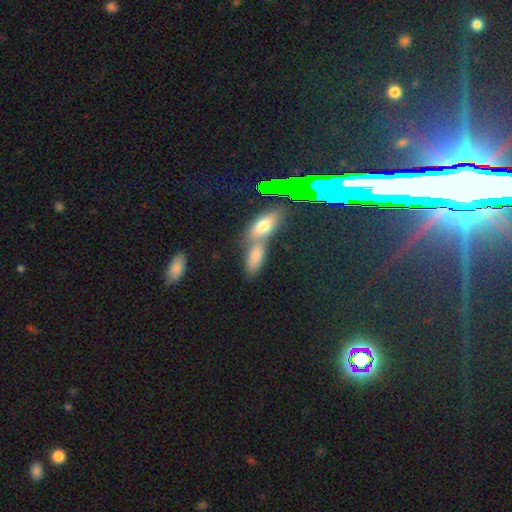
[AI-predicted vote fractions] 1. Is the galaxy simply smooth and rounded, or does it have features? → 72% smooth, 16% star or artifact, 12% featured or disk.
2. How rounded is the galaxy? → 73% in between, 22% cigar-shaped, 6% round.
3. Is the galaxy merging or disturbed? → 45% merger, 40% none, 10% minor disturbance, 5% major disturbance.